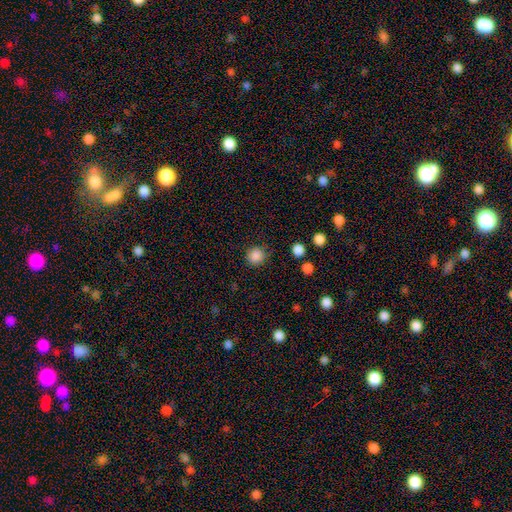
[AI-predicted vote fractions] Smooth or featured? smooth (86%)
How rounded? round (92%)
Merging? none (86%)